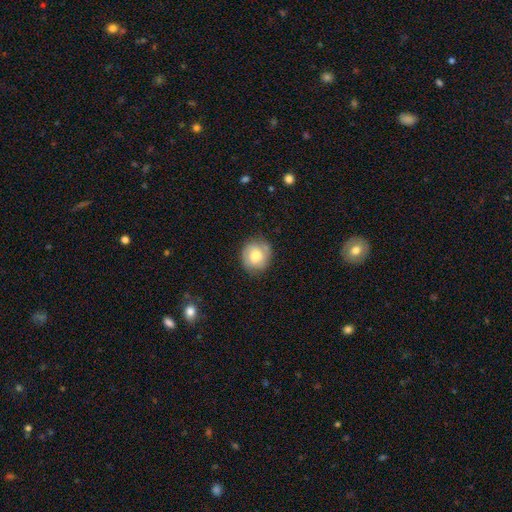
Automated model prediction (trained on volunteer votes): Morphology: type=smooth (60%); roundness=round (81%); merging=none (75%).